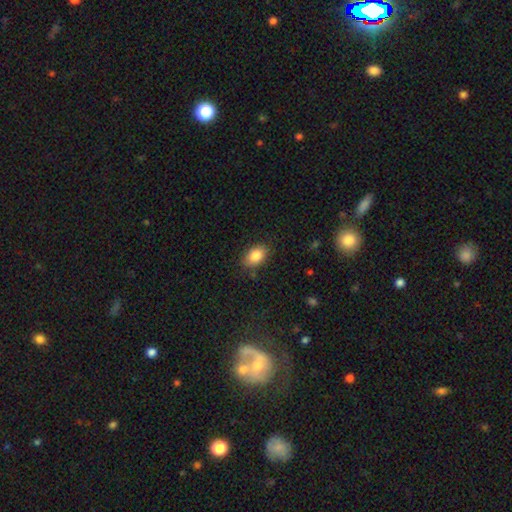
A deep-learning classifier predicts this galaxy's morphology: This is clearly a smooth galaxy (85%). How rounded: clearly in between (85%). Merging: clearly none (83%).